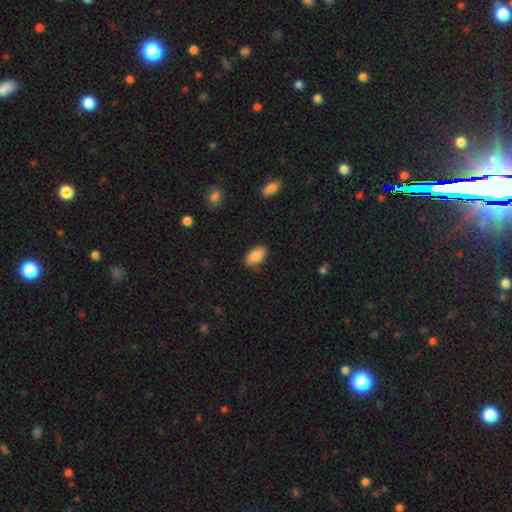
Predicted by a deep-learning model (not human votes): A smooth galaxy with no disk features (81%) that is in between round and cigar-shaped (93%).

Vote fractions:
- Smooth or featured? smooth: 81% / featured or disk: 12% / star or artifact: 7%
- How rounded? in between: 93% / round: 4% / cigar-shaped: 3%
- Merging? none: 74% / minor disturbance: 20% / major disturbance: 3% / merger: 2%